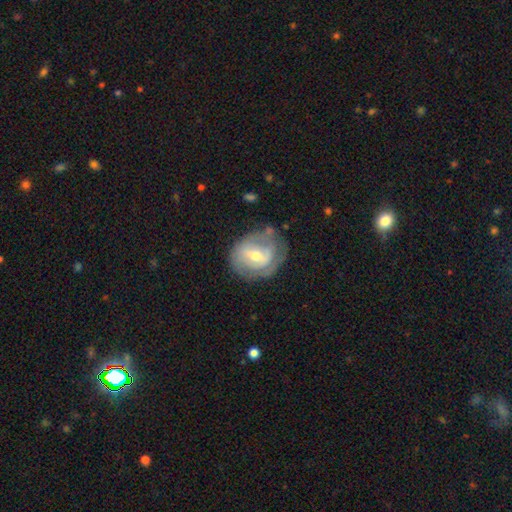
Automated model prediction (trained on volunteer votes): Q: Smooth or featured?
A: featured or disk (69%); runner-up: smooth (25%)
Q: Edge-on disk?
A: no (96%); runner-up: yes (4%)
Q: Bar?
A: weak (51%); runner-up: no (25%)
Q: Spiral arms?
A: yes (73%); runner-up: no (27%)
Q: Bulge size?
A: moderate (63%); runner-up: small (30%)
Q: Merging?
A: none (62%); runner-up: minor disturbance (25%)